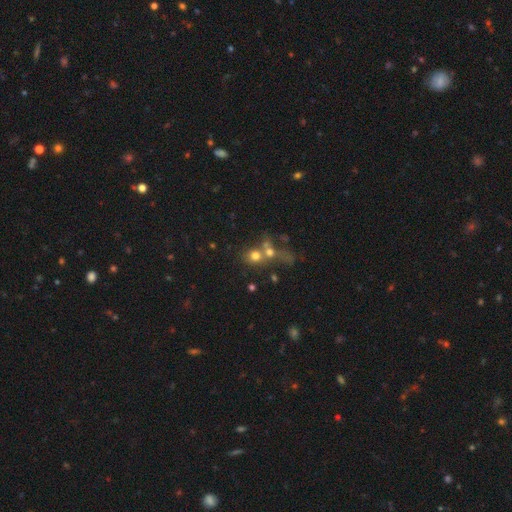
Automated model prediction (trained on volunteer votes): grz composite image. It shows a smooth galaxy with no disk features (65%) that is round (77%). Merging: merger (55%).